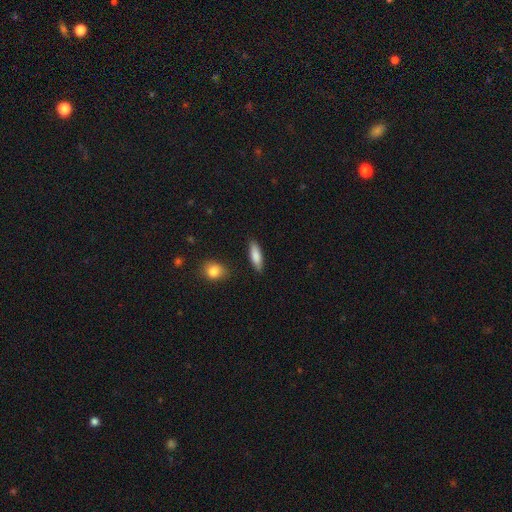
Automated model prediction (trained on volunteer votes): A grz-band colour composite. It shows a smooth galaxy with no disk features (84%) that is in between round and cigar-shaped (56%). Merging: none (86%).